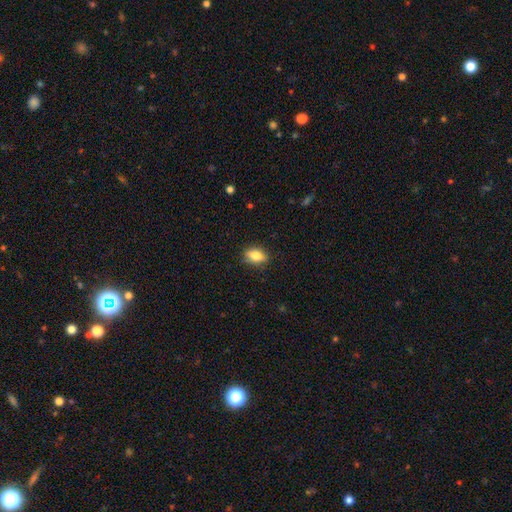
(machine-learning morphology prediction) Smooth or featured? smooth (80%)
How rounded? in between (81%)
Merging? none (83%)